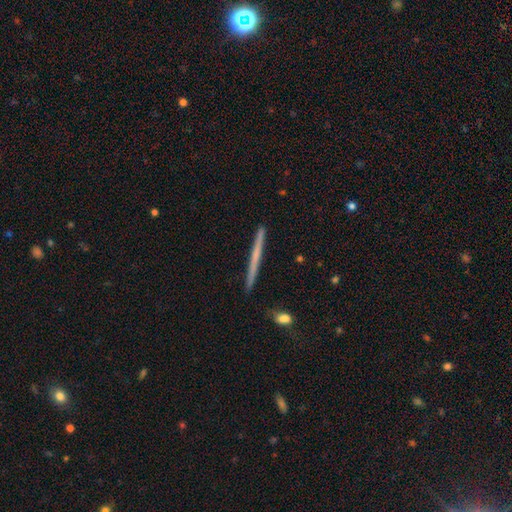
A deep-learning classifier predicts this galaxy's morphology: Q: Smooth or featured?
A: featured or disk (50%); runner-up: smooth (44%)
Q: Merging?
A: none (92%); runner-up: minor disturbance (6%)